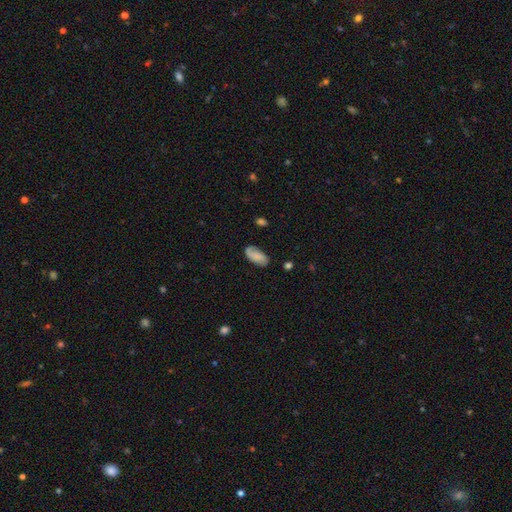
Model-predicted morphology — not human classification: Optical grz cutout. It shows a smooth galaxy with no disk features (70%) that is in between round and cigar-shaped (92%). Merging: none (71%).